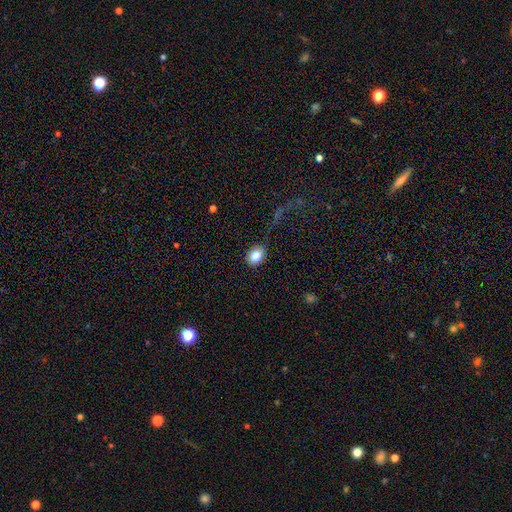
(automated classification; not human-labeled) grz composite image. It shows a smooth galaxy with no disk features (85%) that is in between round and cigar-shaped (62%). Merging: none (75%).